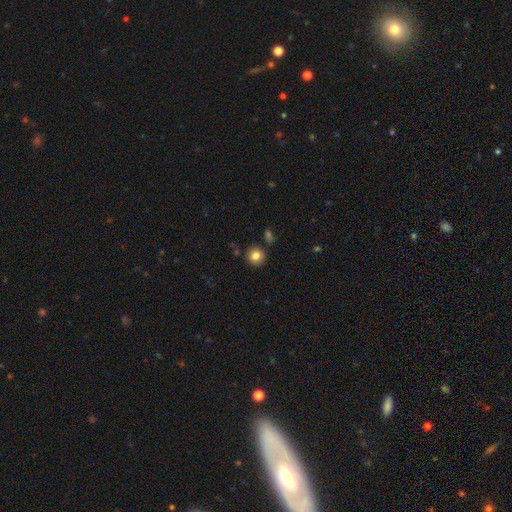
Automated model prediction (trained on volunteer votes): smooth-or-featured: smooth: 83% | star or artifact: 10% | featured or disk: 7%
  how-rounded: round: 91% | in between: 8% | cigar-shaped: 1%
  merging: none: 86% | minor disturbance: 8% | merger: 4% | major disturbance: 2%